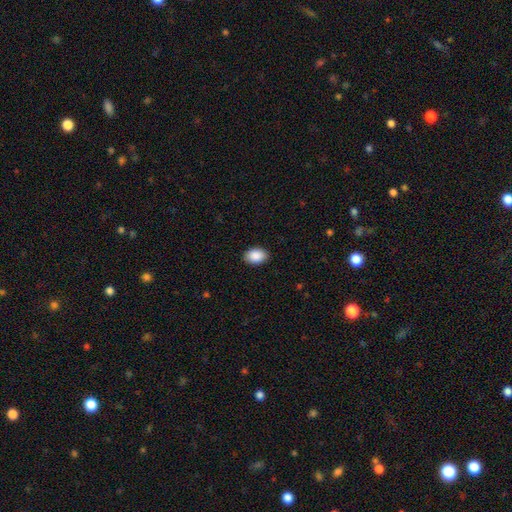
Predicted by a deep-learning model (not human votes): A smooth galaxy with no disk features (90%) that is in between round and cigar-shaped (86%).

Vote fractions:
- Smooth or featured? smooth: 90% / star or artifact: 7% / featured or disk: 3%
- How rounded? in between: 86% / round: 13% / cigar-shaped: 1%
- Merging? none: 89% / minor disturbance: 8% / major disturbance: 2% / merger: 1%